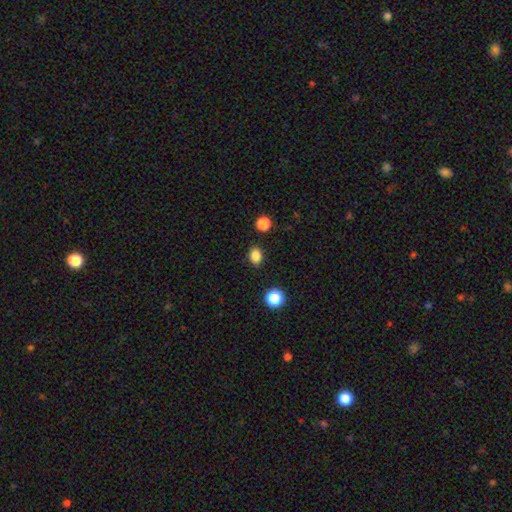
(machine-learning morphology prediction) smooth-or-featured: smooth: 85% | star or artifact: 11% | featured or disk: 3%
  how-rounded: in between: 62% | round: 37% | cigar-shaped: 1%
  merging: none: 87% | minor disturbance: 8% | major disturbance: 2% | merger: 2%